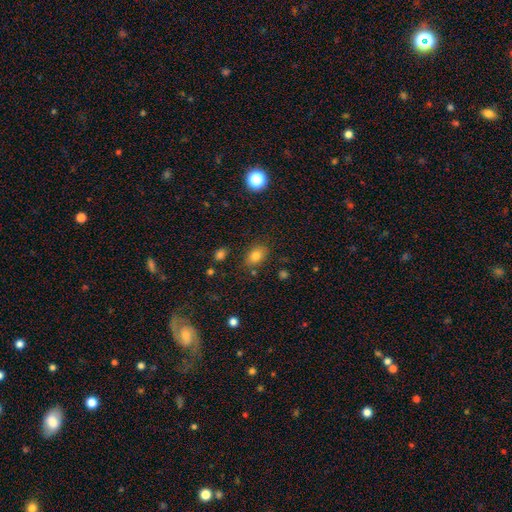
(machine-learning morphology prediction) smooth 80%, star or artifact 12%, featured or disk 9%. Down the decision tree: how rounded — in between (82%); merging — none (79%).